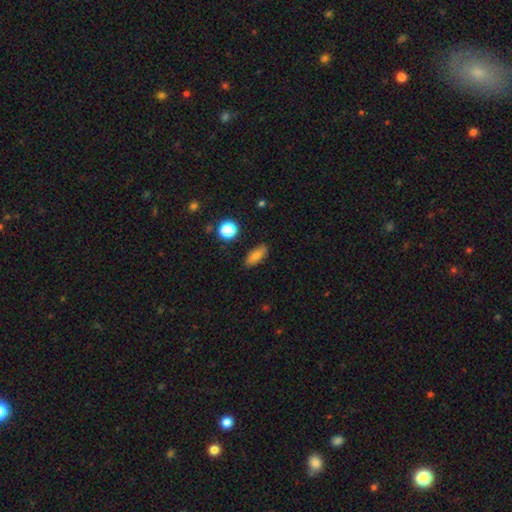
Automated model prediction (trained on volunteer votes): Smooth or featured? Predicted: smooth (p=0.76). How rounded? Predicted: in between (p=0.78). Merging? Predicted: none (p=0.86).